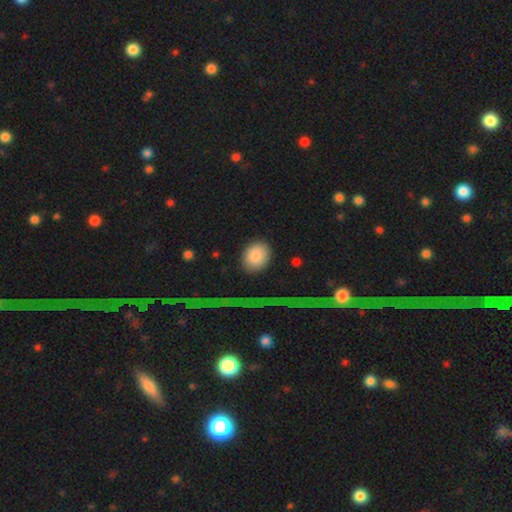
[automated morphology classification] Q: Smooth or featured?
A: smooth (87%); runner-up: star or artifact (7%)
Q: How rounded?
A: round (56%); runner-up: in between (43%)
Q: Merging?
A: none (85%); runner-up: minor disturbance (10%)